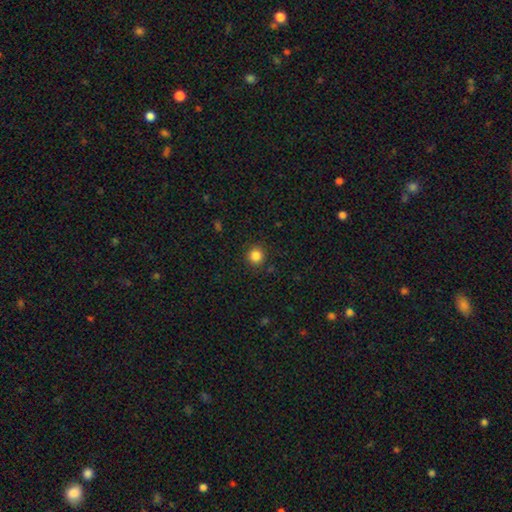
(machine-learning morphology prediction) Smooth or featured?
  - smooth: 85% *
  - star or artifact: 11%
  - featured or disk: 4%
How rounded?
  - round: 93% *
  - in between: 6%
  - cigar-shaped: 1%
Merging?
  - none: 90% *
  - minor disturbance: 7%
  - major disturbance: 2%
  - merger: 1%